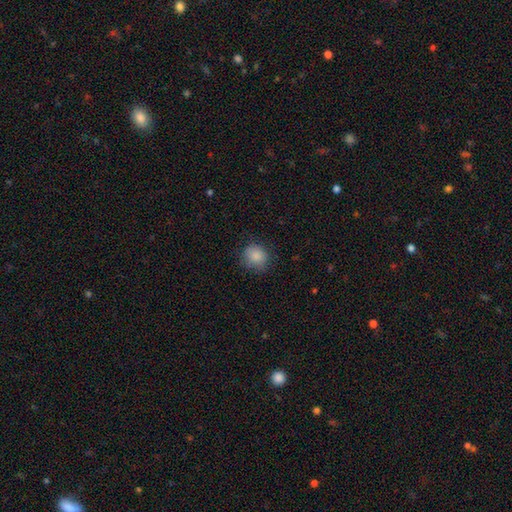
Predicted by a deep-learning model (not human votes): smooth_or_featured: smooth (p=0.87) [alt: star or artifact p=0.09]
how_rounded: round (p=0.80) [alt: in between p=0.19]
merging: none (p=0.79) [alt: minor disturbance p=0.16]